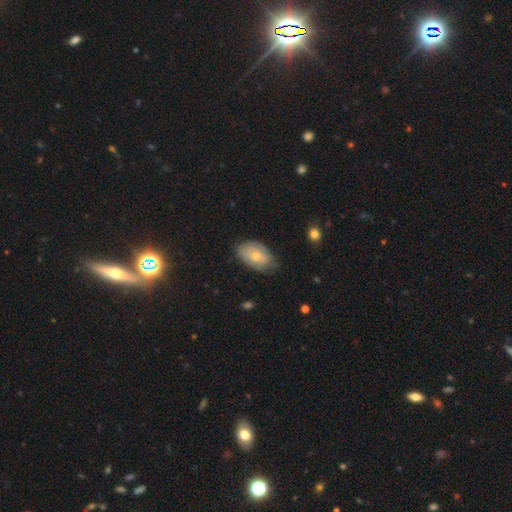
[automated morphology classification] smooth_or_featured: smooth (p=0.65) [alt: featured or disk p=0.29]
how_rounded: in between (p=0.92) [alt: round p=0.07]
merging: none (p=0.66) [alt: minor disturbance p=0.27]